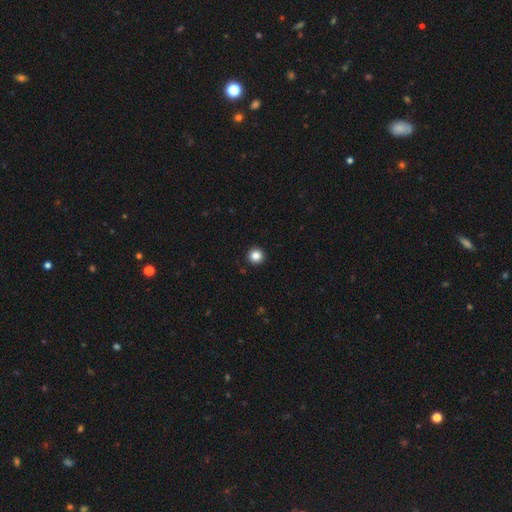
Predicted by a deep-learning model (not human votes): smooth 86%, star or artifact 10%, featured or disk 3%. Down the decision tree: how rounded — round (96%); merging — none (94%).